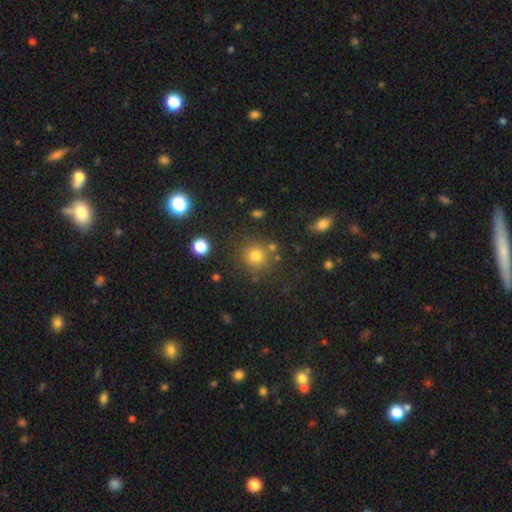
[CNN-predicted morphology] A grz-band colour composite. It shows a smooth galaxy with no disk features (76%) that is round (91%). Merging: none (78%).